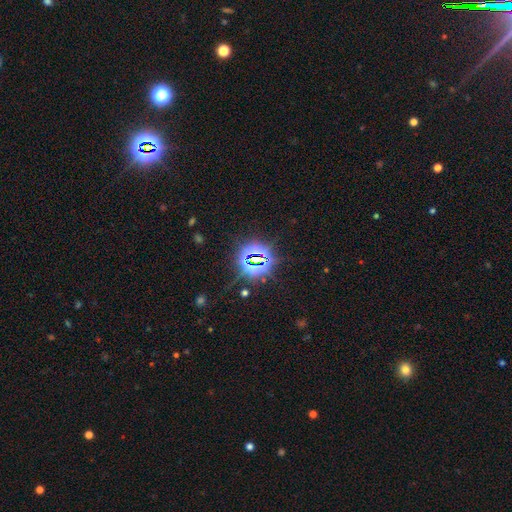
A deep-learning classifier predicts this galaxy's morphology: Smooth or featured? star or artifact (81%)